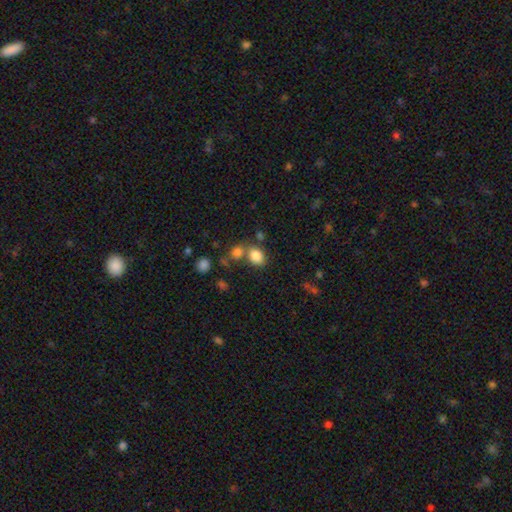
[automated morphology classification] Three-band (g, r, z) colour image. It shows a smooth galaxy with no disk features (83%) that is in between round and cigar-shaped (63%). Merging: none (57%).